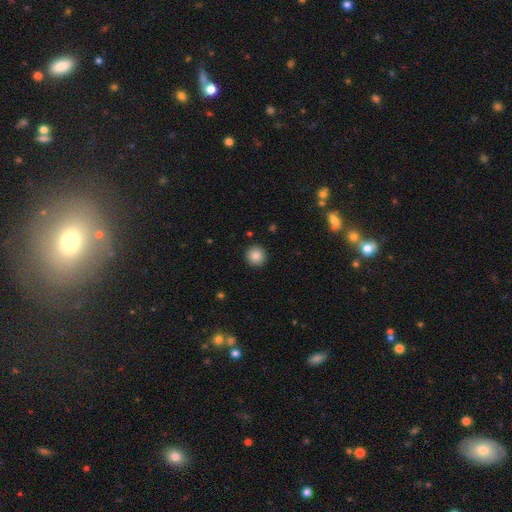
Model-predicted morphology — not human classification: type=smooth (86%); roundness=round (94%); merging=none (92%).